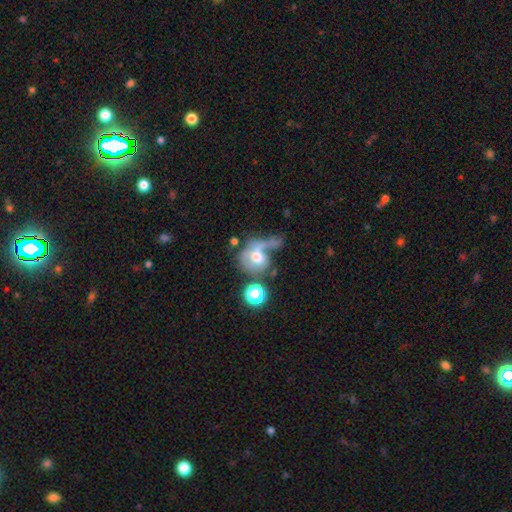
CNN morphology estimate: This appears to be a smooth galaxy with no disk features (48%). Merging: major disturbance (36%).